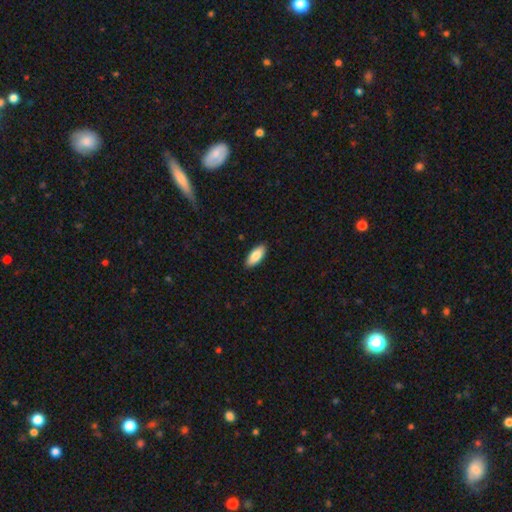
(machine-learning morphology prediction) Smooth or featured?
  - smooth: 87% *
  - featured or disk: 8%
  - star or artifact: 6%
How rounded?
  - in between: 84% *
  - cigar-shaped: 15%
  - round: 2%
Merging?
  - none: 89% *
  - minor disturbance: 8%
  - major disturbance: 2%
  - merger: 1%